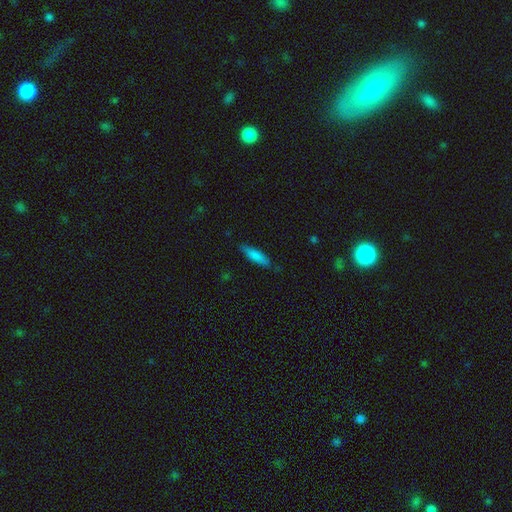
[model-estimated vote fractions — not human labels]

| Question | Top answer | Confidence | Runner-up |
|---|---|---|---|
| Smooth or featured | smooth | 81% | featured or disk (13%) |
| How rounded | cigar-shaped | 67% | in between (31%) |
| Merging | none | 83% | minor disturbance (14%) |